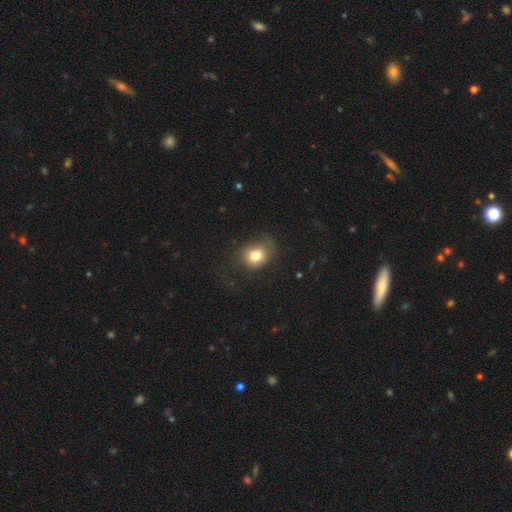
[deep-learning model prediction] Smooth or featured?
  - smooth: 78% *
  - star or artifact: 11%
  - featured or disk: 11%
How rounded?
  - round: 63% *
  - in between: 36%
  - cigar-shaped: 1%
Merging?
  - none: 62% *
  - minor disturbance: 23%
  - major disturbance: 14%
  - merger: 1%